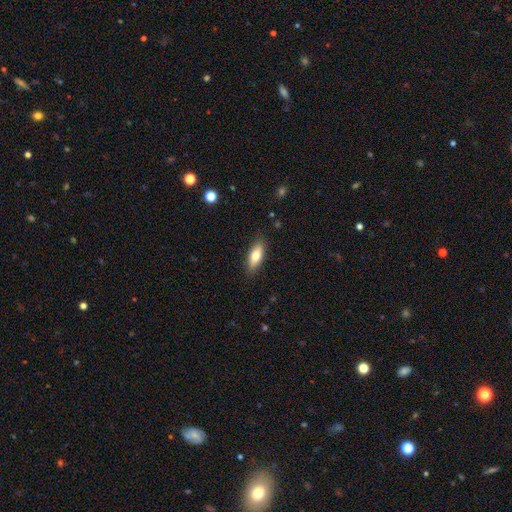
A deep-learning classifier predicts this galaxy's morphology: Smooth or featured?
  - smooth: 76% *
  - featured or disk: 17%
  - star or artifact: 7%
How rounded?
  - in between: 72% *
  - cigar-shaped: 25%
  - round: 2%
Merging?
  - none: 85% *
  - minor disturbance: 11%
  - major disturbance: 2%
  - merger: 1%